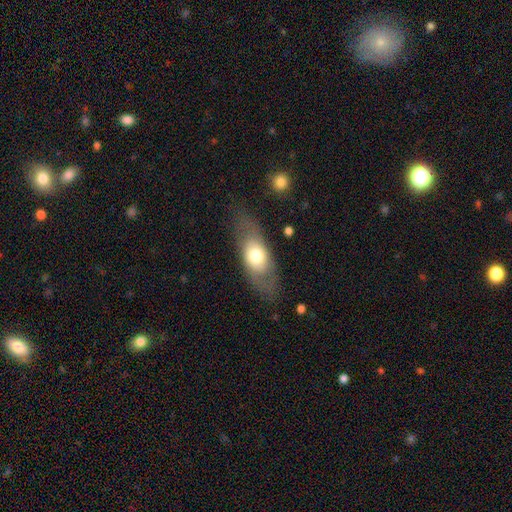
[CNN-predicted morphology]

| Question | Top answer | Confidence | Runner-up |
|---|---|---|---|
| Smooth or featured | smooth | 56% | featured or disk (36%) |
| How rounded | in between | 76% | cigar-shaped (13%) |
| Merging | none | 72% | minor disturbance (16%) |